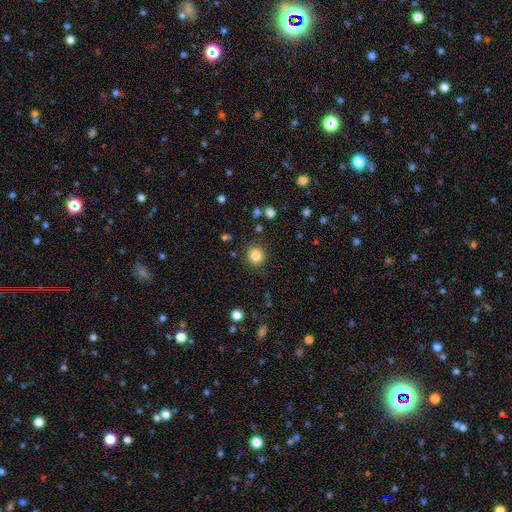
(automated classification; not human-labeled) smooth-or-featured: smooth: 84% | star or artifact: 11% | featured or disk: 5%
  how-rounded: round: 89% | in between: 10% | cigar-shaped: 1%
  merging: none: 86% | minor disturbance: 9% | major disturbance: 3% | merger: 2%